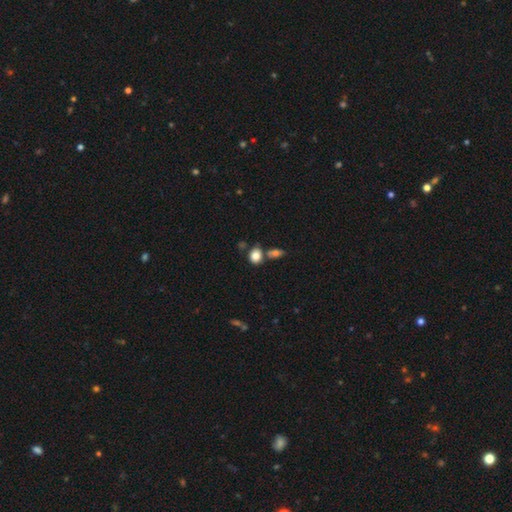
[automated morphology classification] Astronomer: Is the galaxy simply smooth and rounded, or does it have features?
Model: smooth — 84%.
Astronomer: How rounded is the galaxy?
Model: round — 51% (runner-up: in between, 47%).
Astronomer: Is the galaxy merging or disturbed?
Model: none — 55%.